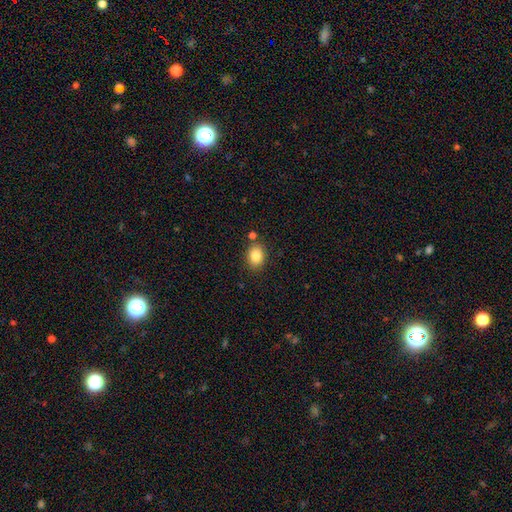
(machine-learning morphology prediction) Smooth or featured? smooth (86%)
How rounded? in between (64%)
Merging? none (79%)